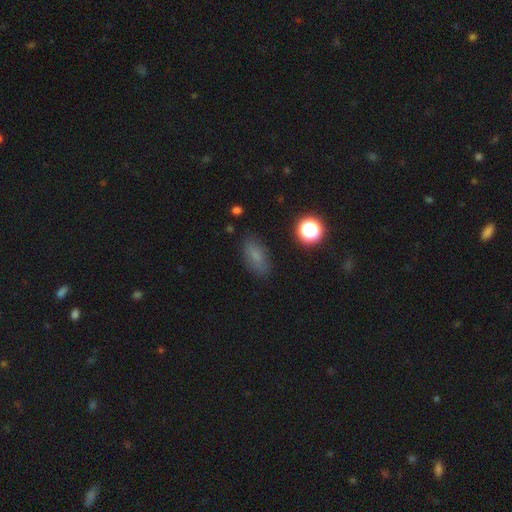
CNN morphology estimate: smooth_or_featured: smooth (p=0.74) [alt: star or artifact p=0.14]
how_rounded: in between (p=0.83) [alt: cigar-shaped p=0.09]
merging: none (p=0.82) [alt: minor disturbance p=0.13]